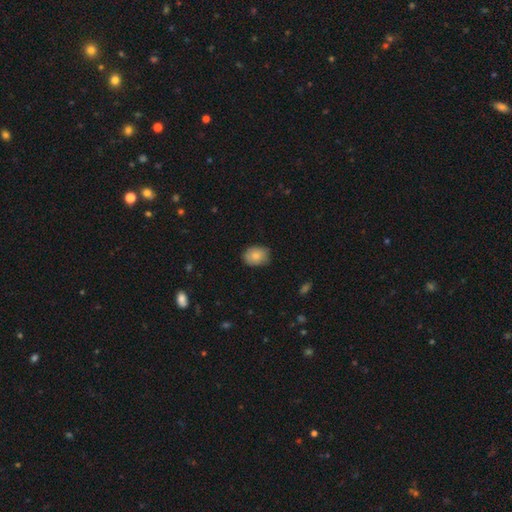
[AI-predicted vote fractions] Smooth or featured?
  - smooth: 82% *
  - featured or disk: 11%
  - star or artifact: 7%
How rounded?
  - in between: 58% *
  - round: 42%
  - cigar-shaped: 1%
Merging?
  - none: 77% *
  - minor disturbance: 19%
  - major disturbance: 3%
  - merger: 1%